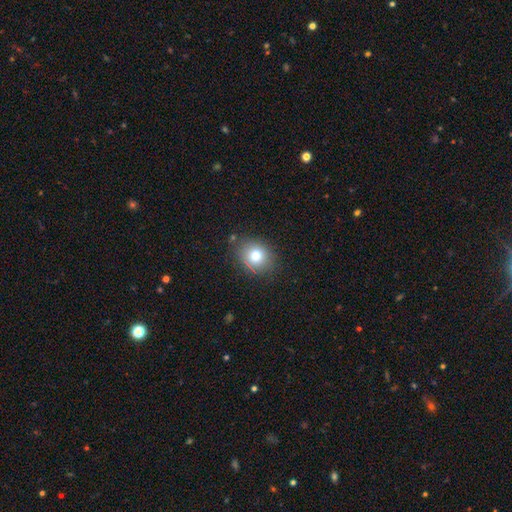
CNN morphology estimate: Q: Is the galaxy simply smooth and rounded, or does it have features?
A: smooth — 76%.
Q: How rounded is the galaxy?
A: round — 68%.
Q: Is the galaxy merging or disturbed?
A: none — 81%.